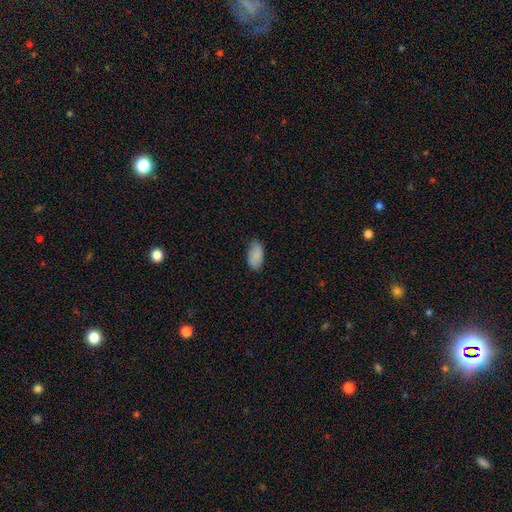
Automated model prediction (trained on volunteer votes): A smooth galaxy with no disk features (88%) that is in between round and cigar-shaped (95%).

Vote fractions:
- Smooth or featured? smooth: 88% / star or artifact: 7% / featured or disk: 5%
- How rounded? in between: 95% / round: 3% / cigar-shaped: 2%
- Merging? none: 78% / minor disturbance: 19% / major disturbance: 3% / merger: 1%